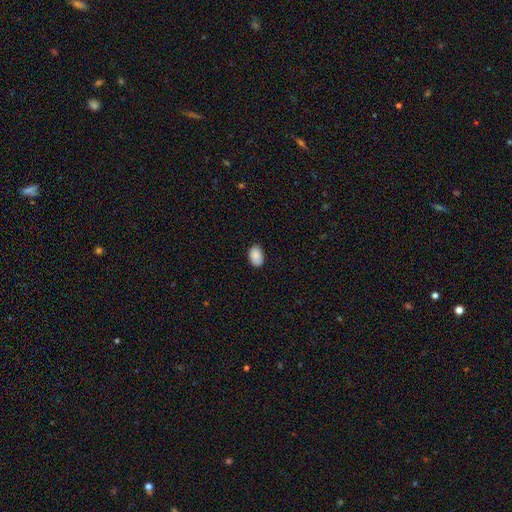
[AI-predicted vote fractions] Morphology: type=smooth (90%); roundness=in between (88%); merging=none (85%).